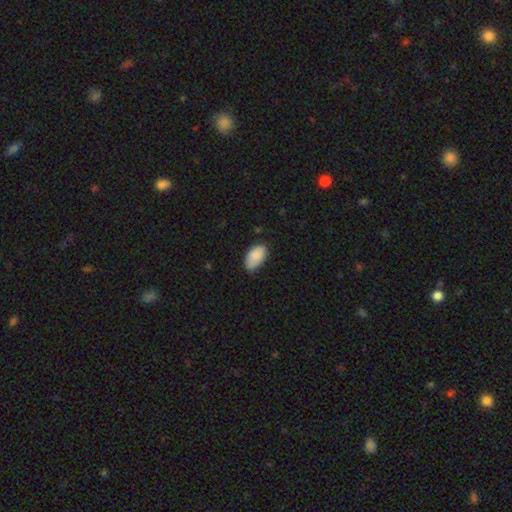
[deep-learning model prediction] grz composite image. It shows a smooth galaxy with no disk features (88%) that is in between round and cigar-shaped (94%). Merging: none (67%).